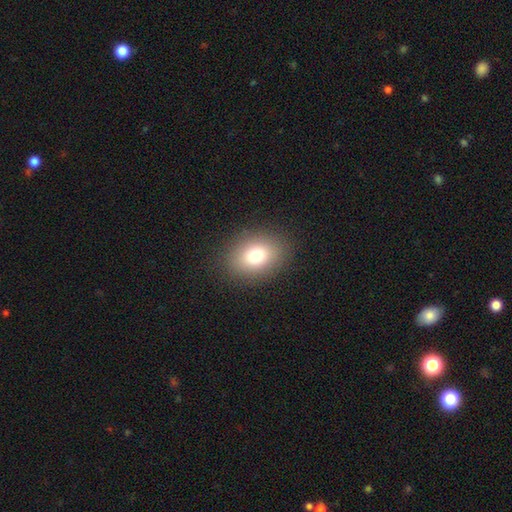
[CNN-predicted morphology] Smooth or featured: smooth — 77% (star or artifact — 12%)
How rounded: in between — 61% (round — 38%)
Merging: none — 88% (minor disturbance — 8%)